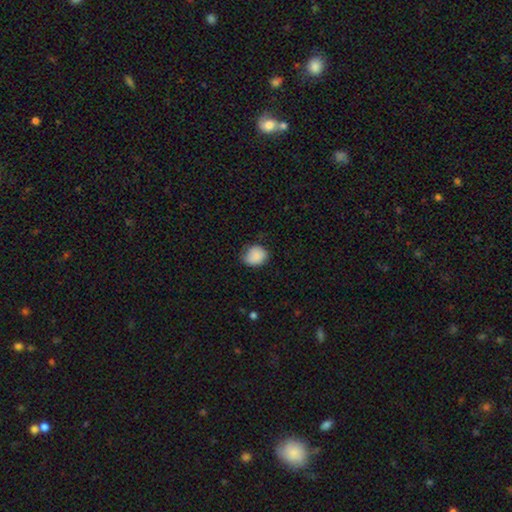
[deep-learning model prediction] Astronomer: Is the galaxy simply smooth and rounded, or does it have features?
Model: smooth — 86%.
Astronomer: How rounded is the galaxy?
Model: round — 63%.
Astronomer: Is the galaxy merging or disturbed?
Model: none — 64%.